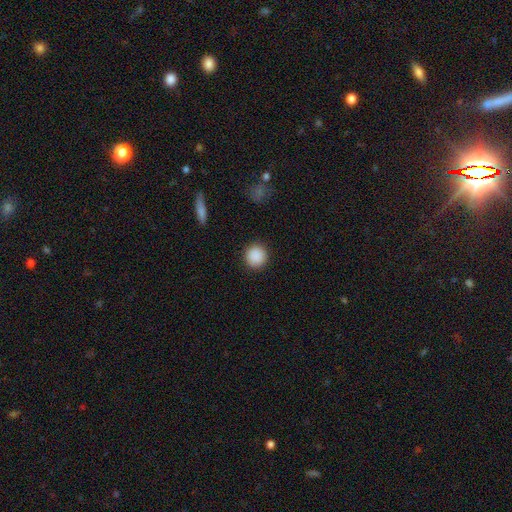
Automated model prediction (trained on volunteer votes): This appears to be a smooth galaxy with no disk features (89%) that is round (92%). Merging: none (91%).